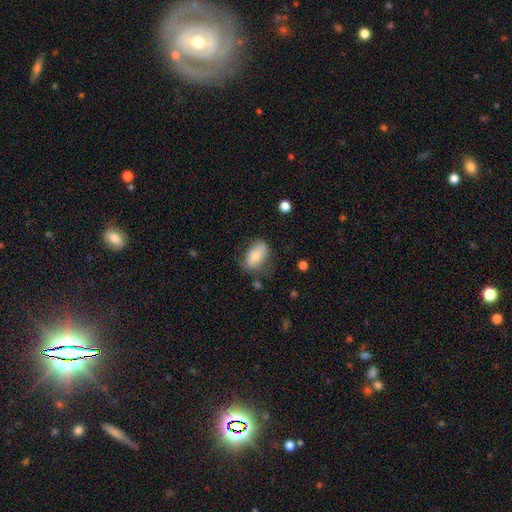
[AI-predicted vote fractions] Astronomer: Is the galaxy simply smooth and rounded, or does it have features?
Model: smooth — 69%.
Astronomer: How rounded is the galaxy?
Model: in between — 90%.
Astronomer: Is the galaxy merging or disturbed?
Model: none — 62%.